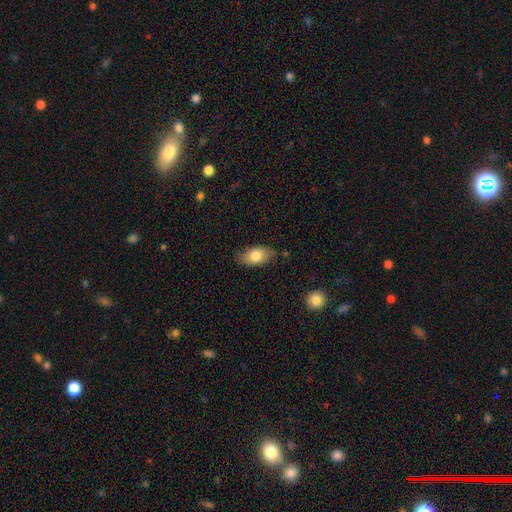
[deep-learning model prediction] This is likely a smooth galaxy (78%). How rounded: clearly in between (92%). Merging: likely none (79%).